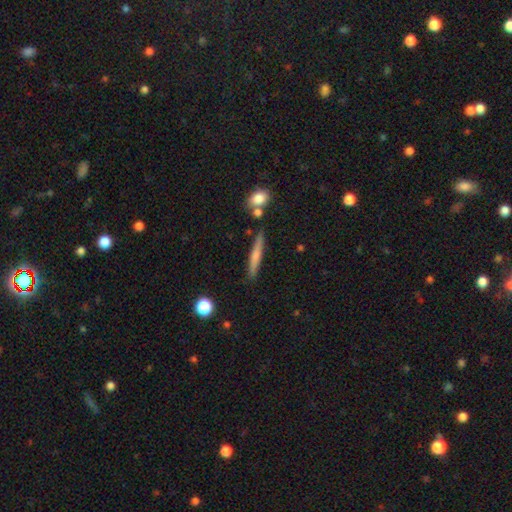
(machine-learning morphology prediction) Smooth or featured? smooth (62%)
How rounded? cigar-shaped (93%)
Merging? none (82%)